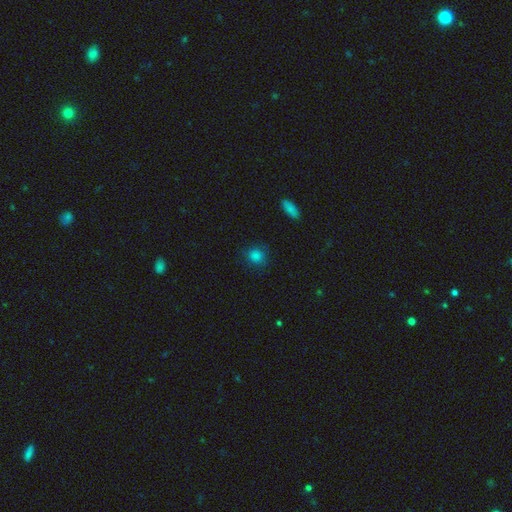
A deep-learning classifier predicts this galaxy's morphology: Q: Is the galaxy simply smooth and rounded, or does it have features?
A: smooth — 83%.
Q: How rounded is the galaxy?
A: round — 86%.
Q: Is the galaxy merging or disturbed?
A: none — 84%.